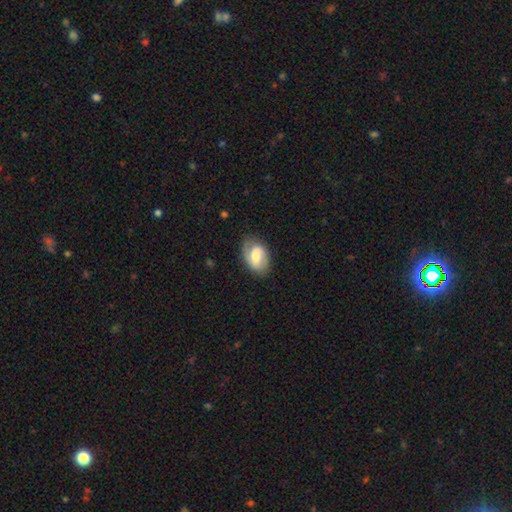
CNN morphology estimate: Smooth or featured: featured or disk — 54% (smooth — 40%)
Edge-on disk: no — 96% (yes — 4%)
Bar: weak — 50% (no — 28%)
Spiral arms: yes — 81% (no — 19%)
Bulge size: moderate — 55% (small — 26%)
Merging: none — 75% (minor disturbance — 18%)